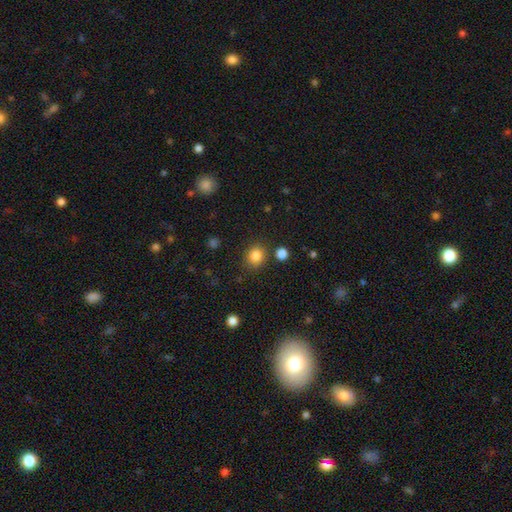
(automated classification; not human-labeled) Overall: smooth (84%). How rounded: round (81%). Merging: none (85%).